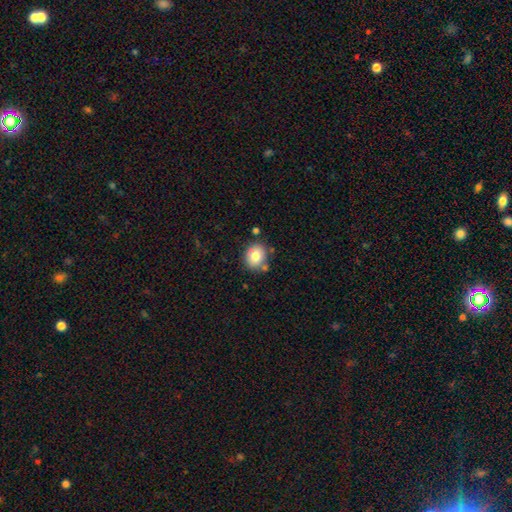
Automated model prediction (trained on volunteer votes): Morphology: type=smooth (79%); roundness=round (67%); merging=none (76%).